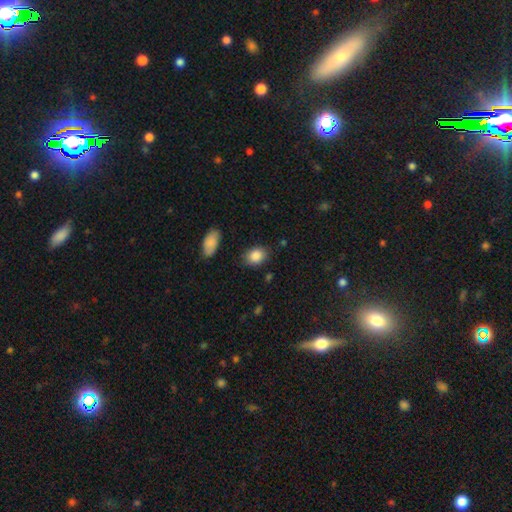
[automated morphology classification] A smooth galaxy with no disk features (87%) that is in between round and cigar-shaped (69%).

Vote fractions:
- Smooth or featured? smooth: 87% / star or artifact: 8% / featured or disk: 5%
- How rounded? in between: 69% / round: 30% / cigar-shaped: 1%
- Merging? none: 81% / minor disturbance: 13% / major disturbance: 3% / merger: 2%